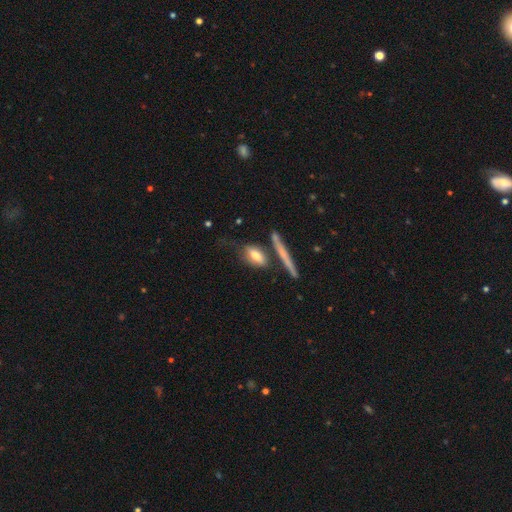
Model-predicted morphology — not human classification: Smooth or featured?
  - smooth: 67% *
  - featured or disk: 26%
  - star or artifact: 7%
How rounded?
  - in between: 69% *
  - cigar-shaped: 22%
  - round: 9%
Merging?
  - none: 54% *
  - minor disturbance: 21%
  - merger: 14%
  - major disturbance: 11%